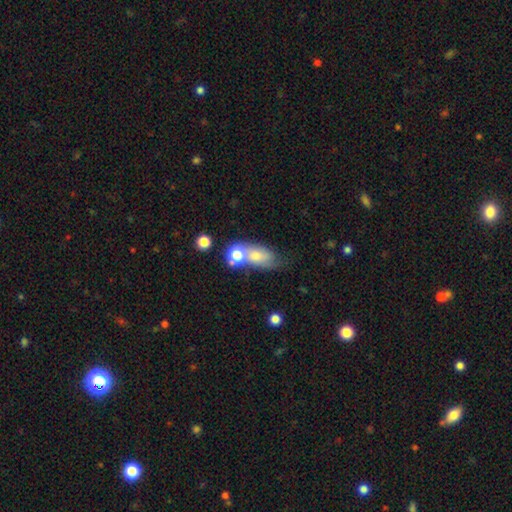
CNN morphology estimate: Smooth or featured? smooth (62%)
How rounded? in between (74%)
Merging? merger (40%)